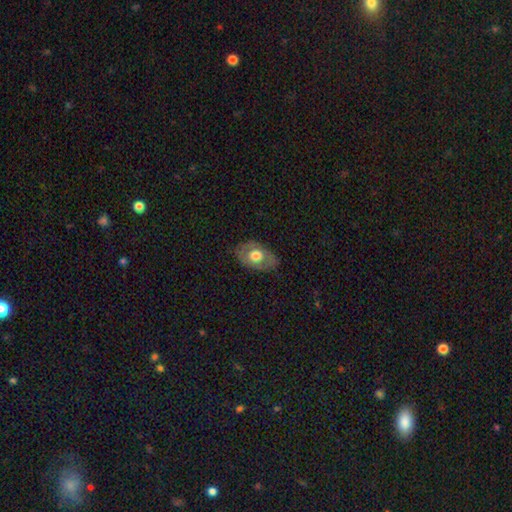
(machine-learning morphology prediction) smooth_or_featured: smooth (p=0.53) [alt: featured or disk p=0.41]
how_rounded: in between (p=0.84) [alt: round p=0.15]
merging: none (p=0.77) [alt: minor disturbance p=0.17]